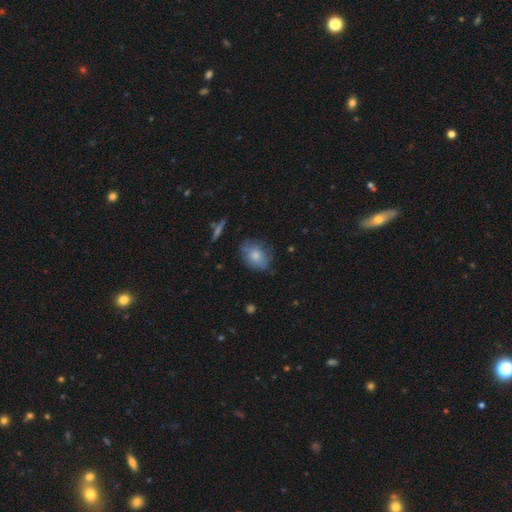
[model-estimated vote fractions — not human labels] Smooth or featured? Predicted: smooth (p=0.75). How rounded? Predicted: in between (p=0.64). Merging? Predicted: none (p=0.69).